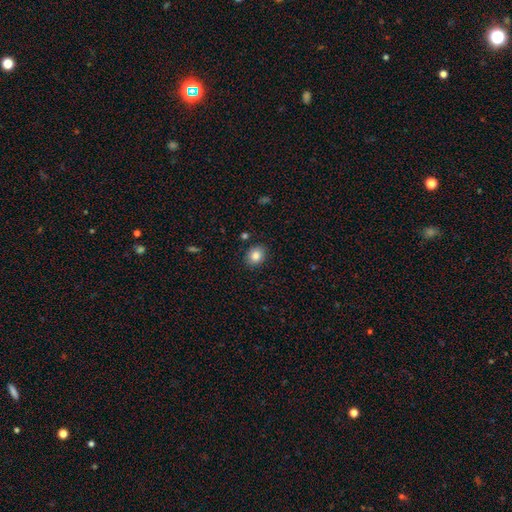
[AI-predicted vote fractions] Smooth or featured: smooth — 84% (star or artifact — 10%)
How rounded: round — 57% (in between — 42%)
Merging: none — 88% (minor disturbance — 8%)